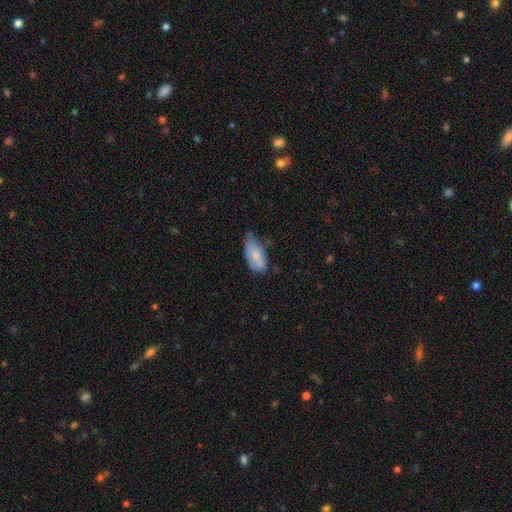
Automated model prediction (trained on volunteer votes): Smooth or featured: smooth — 68% (featured or disk — 25%)
How rounded: in between — 89% (cigar-shaped — 8%)
Merging: minor disturbance — 44% (none — 38%)